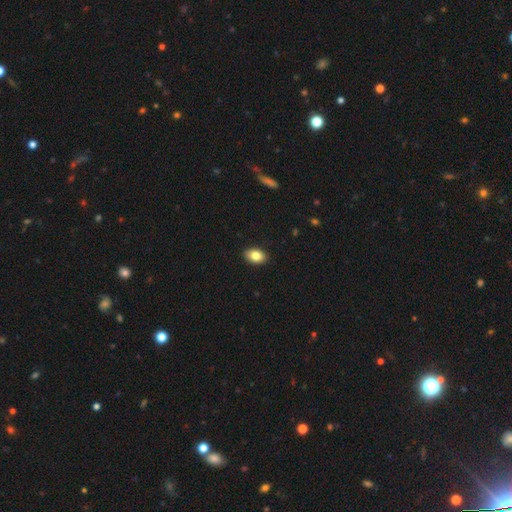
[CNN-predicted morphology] This appears to be a smooth galaxy with no disk features (83%) that is in between round and cigar-shaped (88%). Merging: none (90%).